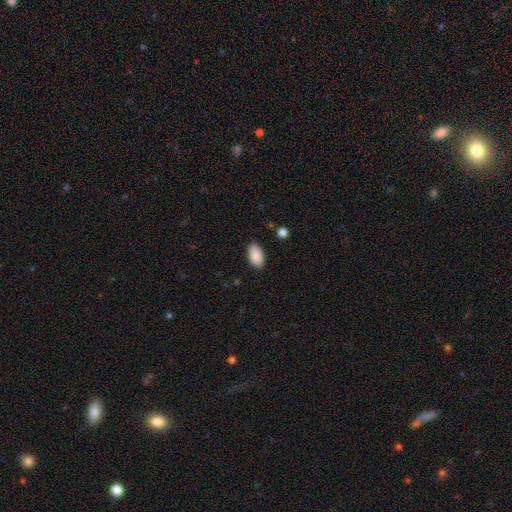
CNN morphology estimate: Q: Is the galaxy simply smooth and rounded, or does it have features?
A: smooth — 89%.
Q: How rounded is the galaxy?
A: in between — 94%.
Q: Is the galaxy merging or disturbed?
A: none — 83%.